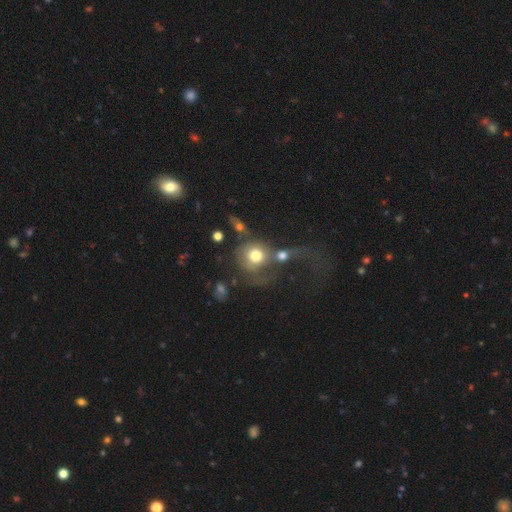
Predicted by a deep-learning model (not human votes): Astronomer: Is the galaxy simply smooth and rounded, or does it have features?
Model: smooth — 66%.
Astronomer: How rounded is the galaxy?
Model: round — 77%.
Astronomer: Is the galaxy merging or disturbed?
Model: merger — 48% (runner-up: major disturbance, 25%).